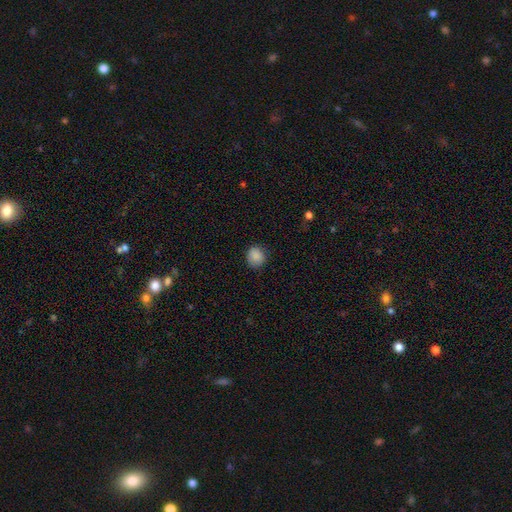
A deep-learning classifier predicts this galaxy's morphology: smooth 87%, star or artifact 9%, featured or disk 4%. Down the decision tree: how rounded — round (80%); merging — none (83%).